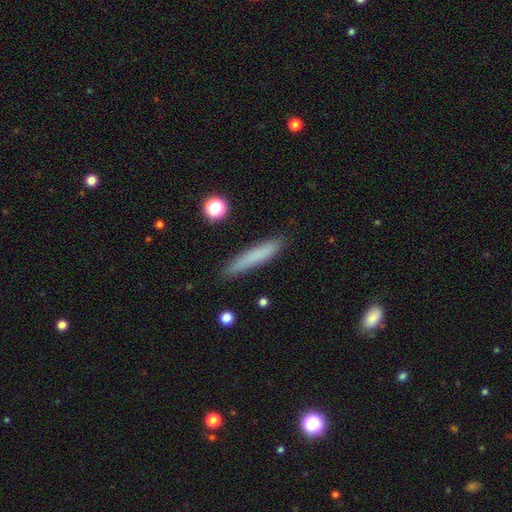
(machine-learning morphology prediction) smooth 77%, featured or disk 16%, star or artifact 7%. Down the decision tree: how rounded — cigar-shaped (92%); merging — none (87%).